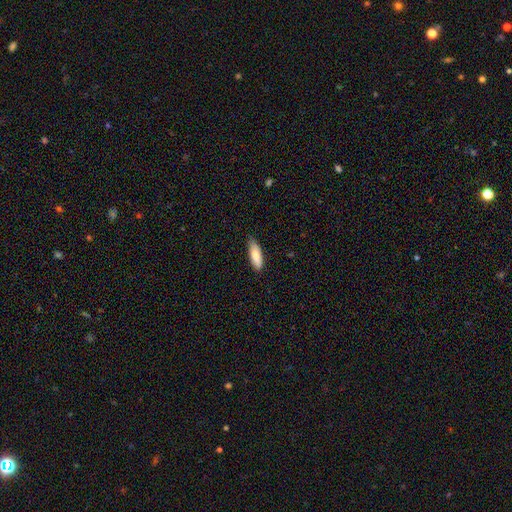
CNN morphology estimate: Smooth or featured? smooth (82%)
How rounded? in between (61%)
Merging? none (79%)